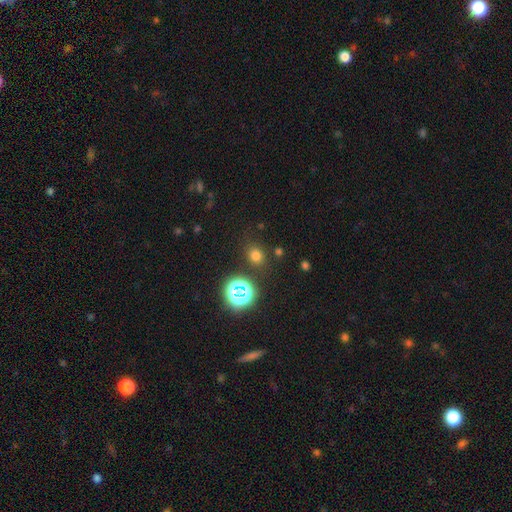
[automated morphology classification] smooth 70%, star or artifact 24%, featured or disk 6%. Down the decision tree: how rounded — round (70%); merging — none (83%).